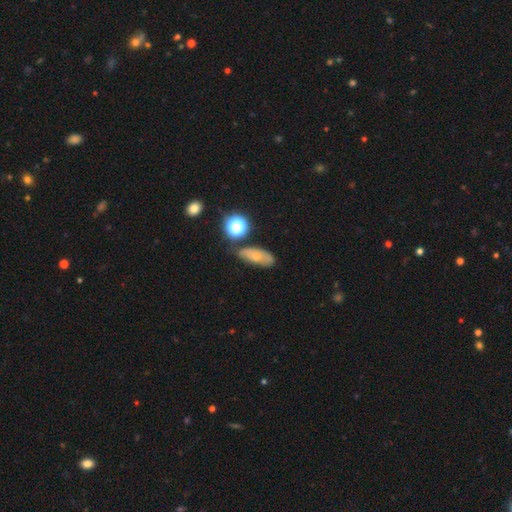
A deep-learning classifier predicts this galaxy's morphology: smooth_or_featured: smooth (p=0.59) [alt: featured or disk p=0.27]
how_rounded: in between (p=0.74) [alt: cigar-shaped p=0.16]
merging: none (p=0.65) [alt: minor disturbance p=0.22]